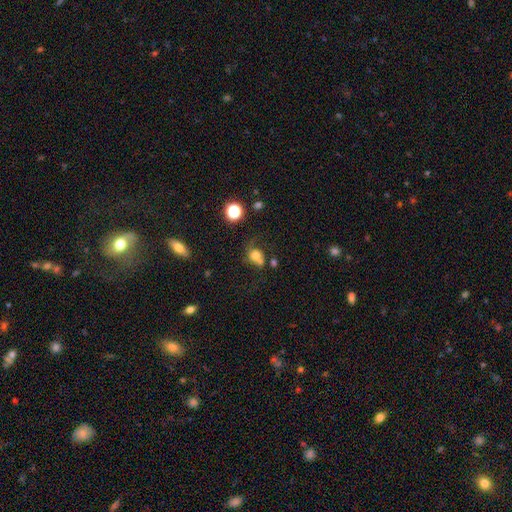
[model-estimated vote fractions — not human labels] Smooth or featured?
  - smooth: 68% *
  - featured or disk: 16%
  - star or artifact: 16%
How rounded?
  - round: 67% *
  - in between: 32%
  - cigar-shaped: 1%
Merging?
  - none: 38% *
  - merger: 26%
  - minor disturbance: 20%
  - major disturbance: 16%